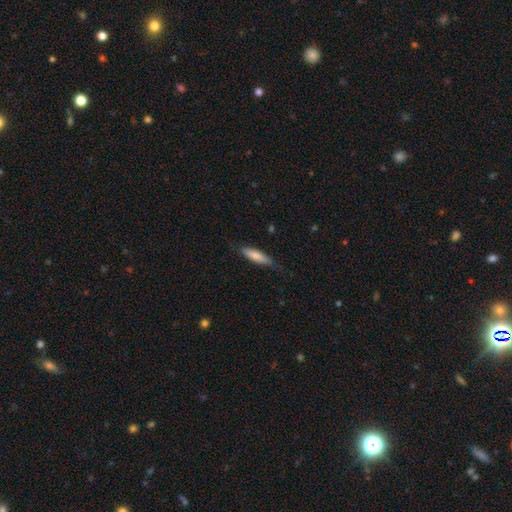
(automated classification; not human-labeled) Overall: smooth (77%). How rounded: cigar-shaped (64%; in between 34%). Merging: none (74%).